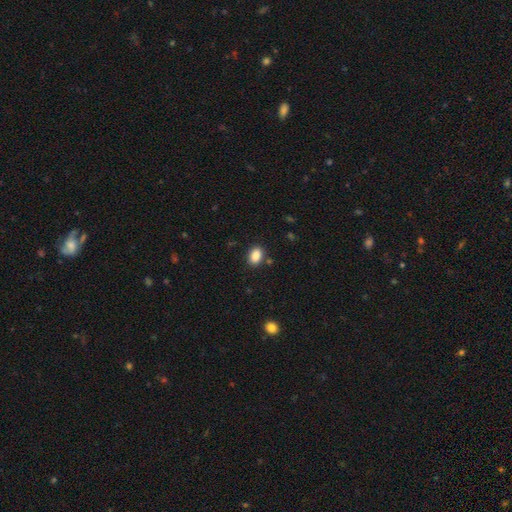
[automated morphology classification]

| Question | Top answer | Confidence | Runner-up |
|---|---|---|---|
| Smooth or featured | smooth | 88% | star or artifact (9%) |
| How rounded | in between | 81% | round (17%) |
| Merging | none | 85% | minor disturbance (9%) |